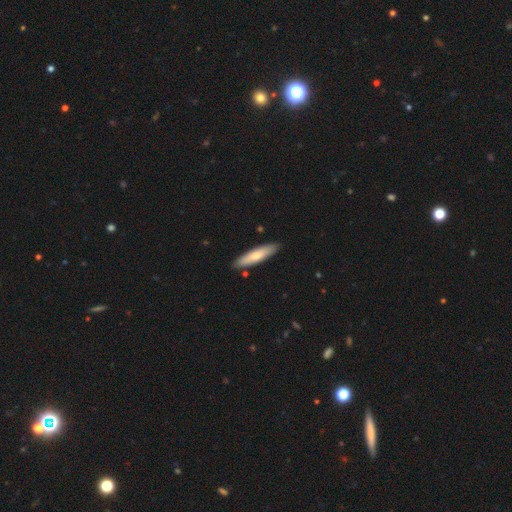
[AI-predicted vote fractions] Q: Smooth or featured?
A: smooth (70%); runner-up: featured or disk (25%)
Q: How rounded?
A: cigar-shaped (78%); runner-up: in between (21%)
Q: Merging?
A: none (88%); runner-up: minor disturbance (9%)